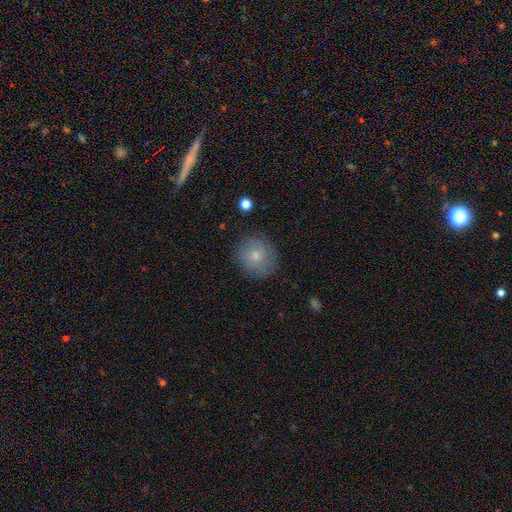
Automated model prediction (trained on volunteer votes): smooth 76%, featured or disk 15%, star or artifact 9%. Down the decision tree: how rounded — round (86%); merging — none (80%).